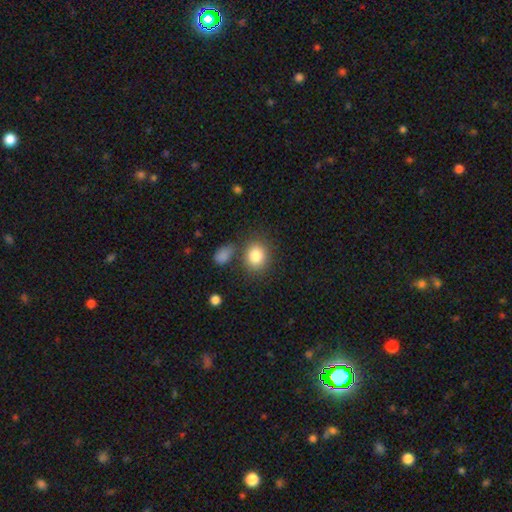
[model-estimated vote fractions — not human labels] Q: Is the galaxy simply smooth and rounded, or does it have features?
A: smooth — 83%.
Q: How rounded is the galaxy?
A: round — 65%.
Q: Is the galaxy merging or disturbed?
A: none — 73%.